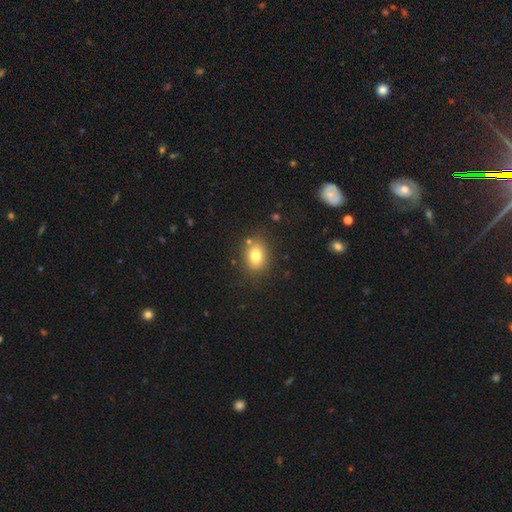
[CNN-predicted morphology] A smooth galaxy with no disk features (78%) that is in between round and cigar-shaped (54%).

Vote fractions:
- Smooth or featured? smooth: 78% / star or artifact: 12% / featured or disk: 11%
- How rounded? in between: 54% / round: 45% / cigar-shaped: 1%
- Merging? none: 81% / minor disturbance: 11% / merger: 4% / major disturbance: 3%